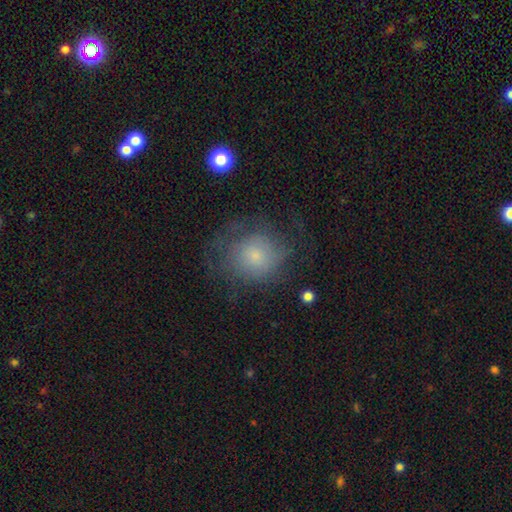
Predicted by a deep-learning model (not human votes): Smooth or featured? Predicted: smooth (p=0.56). How rounded? Predicted: round (p=0.80). Merging? Predicted: none (p=0.55).